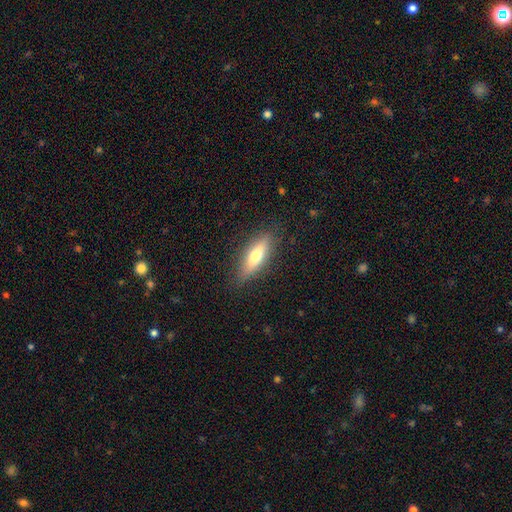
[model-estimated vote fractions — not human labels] smooth-or-featured: smooth: 63% | featured or disk: 31% | star or artifact: 7%
  how-rounded: cigar-shaped: 55% | in between: 43% | round: 2%
  merging: none: 85% | minor disturbance: 11% | major disturbance: 3% | merger: 1%